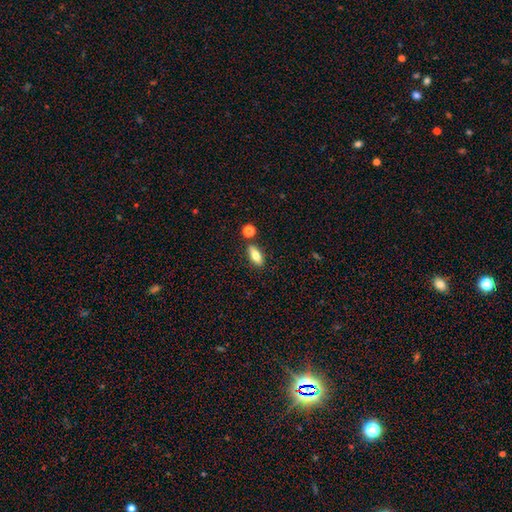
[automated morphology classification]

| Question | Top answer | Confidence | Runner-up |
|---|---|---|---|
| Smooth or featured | smooth | 74% | featured or disk (19%) |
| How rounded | in between | 70% | cigar-shaped (25%) |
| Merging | none | 81% | minor disturbance (9%) |